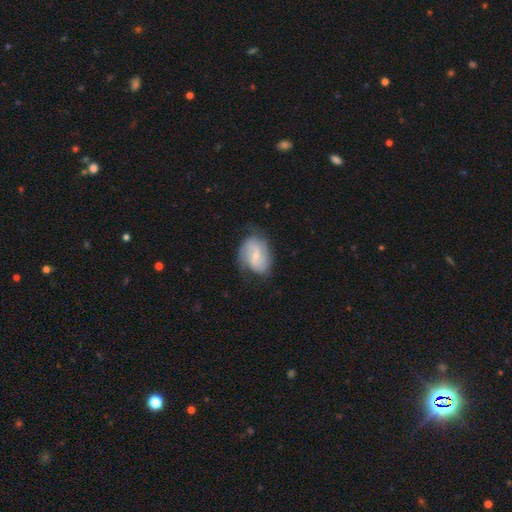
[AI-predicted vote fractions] smooth_or_featured: featured or disk (p=0.73) [alt: smooth p=0.21]
disk_edge_on: no (p=0.97) [alt: yes p=0.03]
bar: weak (p=0.49) [alt: no p=0.40]
has_spiral_arms: yes (p=0.92) [alt: no p=0.08]
spiral_winding: tight (p=0.43) [alt: medium p=0.41]
spiral_arm_count: 2 (p=0.48) [alt: can't tell p=0.25]
bulge_size: small (p=0.64) [alt: moderate p=0.30]
merging: none (p=0.67) [alt: minor disturbance p=0.23]